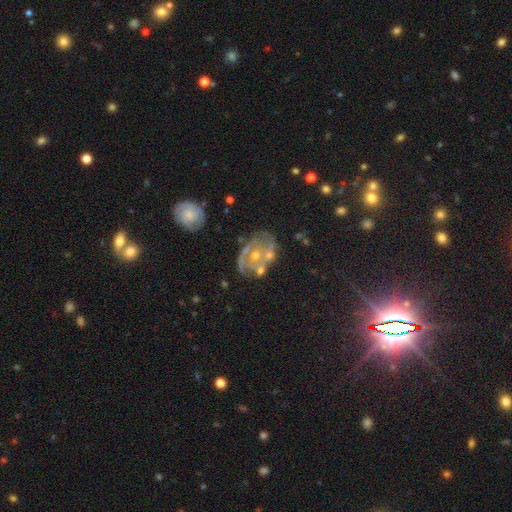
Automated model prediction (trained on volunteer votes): Overall: featured or disk (68%). Edge-on disk: no (96%). Bar: no (72%). Spiral arms: yes (66%; no 34%). Bulge size: small (51%; moderate 42%). Merging: none (52%; minor disturbance 19%).